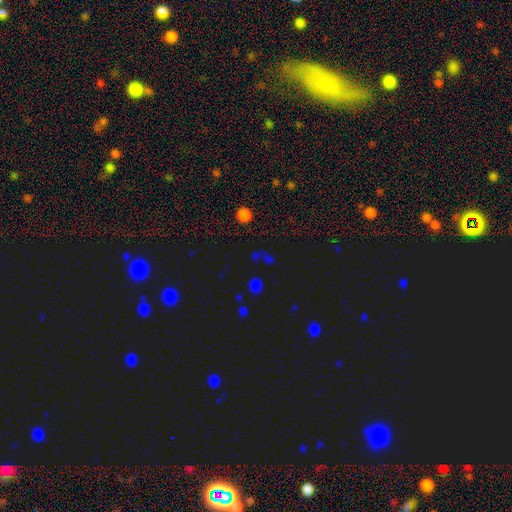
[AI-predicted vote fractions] Smooth or featured? star or artifact (47%)